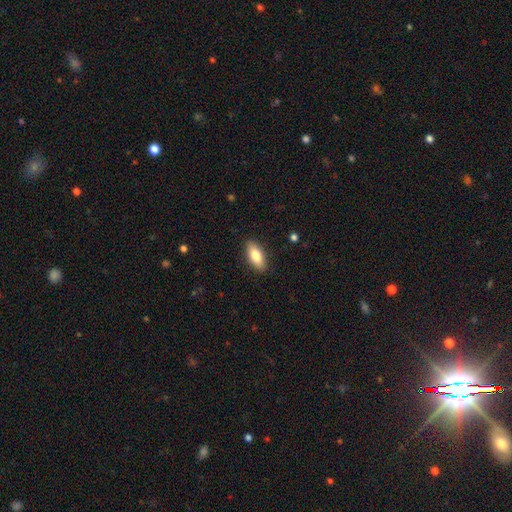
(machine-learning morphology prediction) Overall: smooth (79%). How rounded: in between (82%). Merging: none (89%).